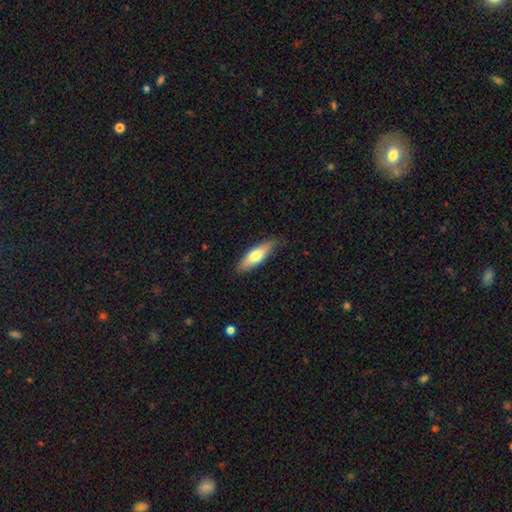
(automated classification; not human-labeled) Smooth or featured?
  - smooth: 68% *
  - featured or disk: 26%
  - star or artifact: 5%
How rounded?
  - in between: 53% *
  - cigar-shaped: 45%
  - round: 2%
Merging?
  - none: 85% *
  - minor disturbance: 12%
  - major disturbance: 2%
  - merger: 1%